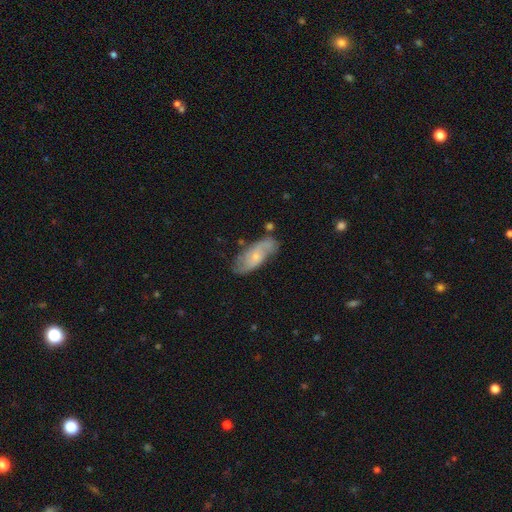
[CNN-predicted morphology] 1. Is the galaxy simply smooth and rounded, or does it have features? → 64% featured or disk, 29% smooth, 6% star or artifact.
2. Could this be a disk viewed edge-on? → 91% no, 9% yes.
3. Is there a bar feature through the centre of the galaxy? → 66% no, 29% weak, 5% strong.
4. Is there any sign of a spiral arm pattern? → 86% yes, 14% no.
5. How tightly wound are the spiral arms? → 43% medium, 29% loose, 28% tight.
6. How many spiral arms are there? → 72% 2, 17% can't tell, 4% 3, 3% 1, 2% 4, 1% more than 4.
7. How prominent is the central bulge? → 70% small, 25% moderate, 3% none, 1% large, 1% dominant.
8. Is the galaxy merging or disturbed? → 68% none, 22% minor disturbance, 6% major disturbance, 4% merger.